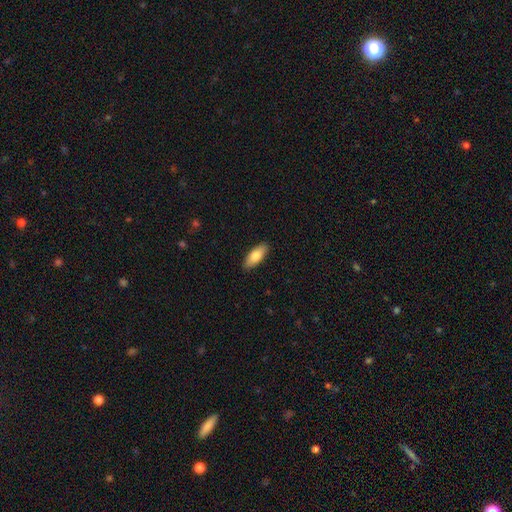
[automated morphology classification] This appears to be a smooth galaxy with no disk features (79%) that is in between round and cigar-shaped (78%). Merging: none (90%).